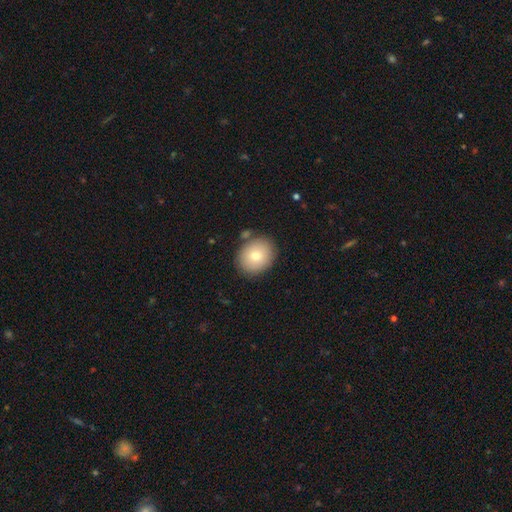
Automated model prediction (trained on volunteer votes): Smooth or featured: smooth — 77% (featured or disk — 14%)
How rounded: round — 68% (in between — 31%)
Merging: none — 83% (minor disturbance — 10%)